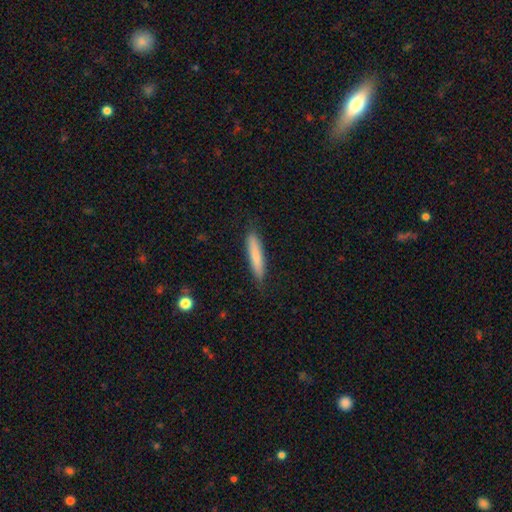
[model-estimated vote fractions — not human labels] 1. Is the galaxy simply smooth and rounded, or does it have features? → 77% smooth, 17% featured or disk, 6% star or artifact.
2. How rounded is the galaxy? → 88% cigar-shaped, 10% in between, 1% round.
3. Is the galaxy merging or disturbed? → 84% none, 12% minor disturbance, 2% major disturbance, 1% merger.